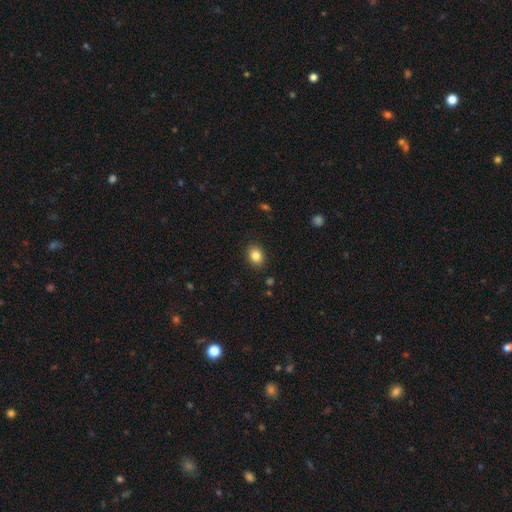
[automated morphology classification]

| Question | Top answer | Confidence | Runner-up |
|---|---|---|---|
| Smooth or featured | smooth | 84% | star or artifact (9%) |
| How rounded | in between | 53% | round (46%) |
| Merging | none | 89% | minor disturbance (8%) |